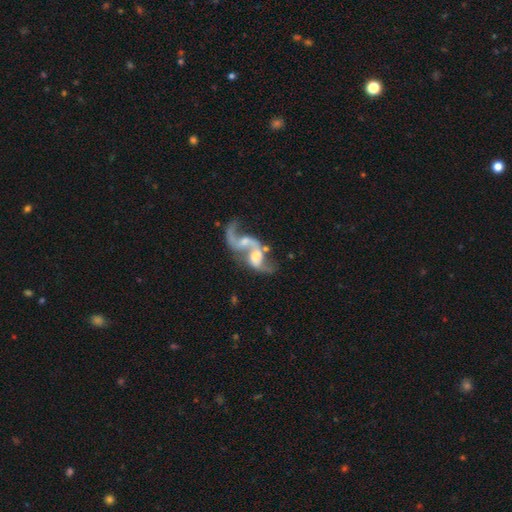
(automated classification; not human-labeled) smooth_or_featured: featured or disk (p=0.67) [alt: smooth p=0.19]
disk_edge_on: no (p=0.92) [alt: yes p=0.08]
bar: no (p=0.64) [alt: weak p=0.26]
has_spiral_arms: yes (p=0.59) [alt: no p=0.41]
bulge_size: moderate (p=0.48) [alt: small p=0.25]
merging: merger (p=0.57) [alt: none p=0.19]